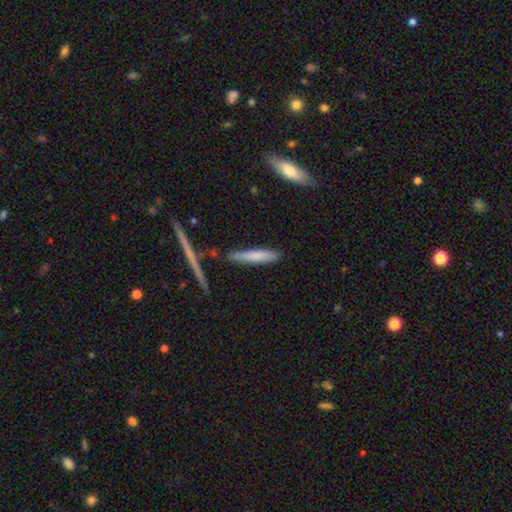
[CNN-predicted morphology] Q: Smooth or featured?
A: smooth (73%); runner-up: featured or disk (21%)
Q: How rounded?
A: cigar-shaped (88%); runner-up: in between (11%)
Q: Merging?
A: none (78%); runner-up: minor disturbance (14%)